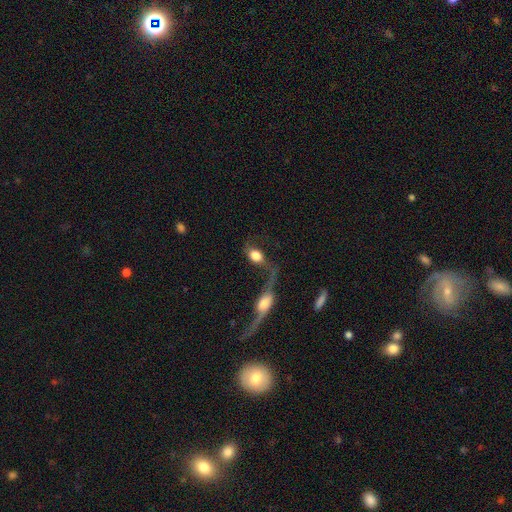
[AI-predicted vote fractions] Morphology: type=smooth (59%); roundness=in between (75%); merging=merger (52%).